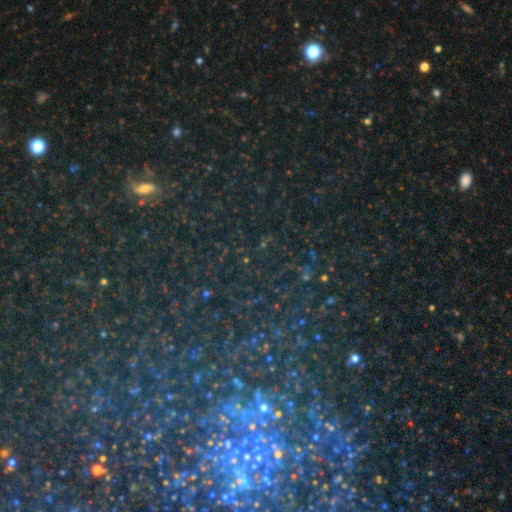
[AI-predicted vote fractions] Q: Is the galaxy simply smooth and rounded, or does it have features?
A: star or artifact — 78%.